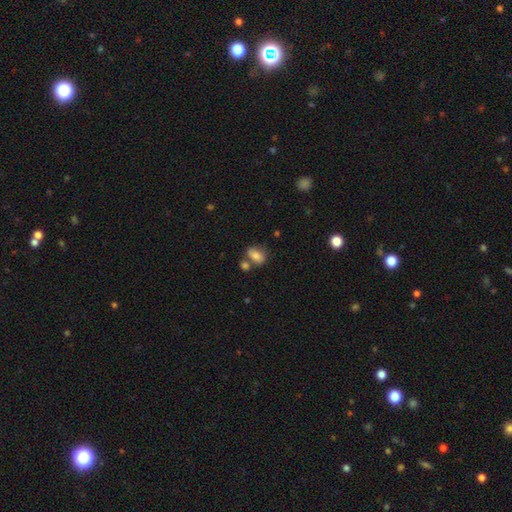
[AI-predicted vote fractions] Smooth or featured? Predicted: smooth (p=0.79). How rounded? Predicted: in between (p=0.73). Merging? Predicted: none (p=0.53).